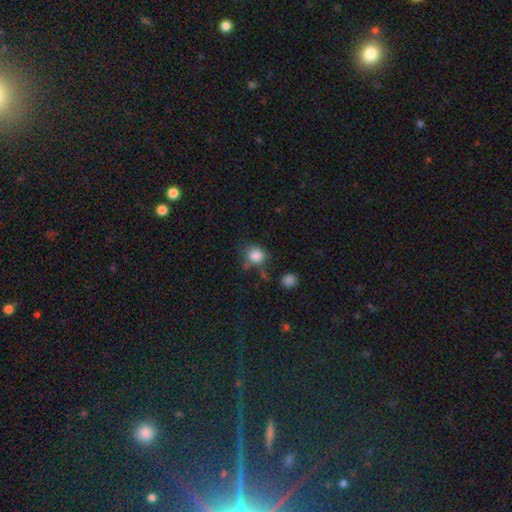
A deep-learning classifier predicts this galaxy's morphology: Smooth or featured: smooth — 84% (star or artifact — 11%)
How rounded: round — 73% (in between — 26%)
Merging: none — 60% (minor disturbance — 22%)